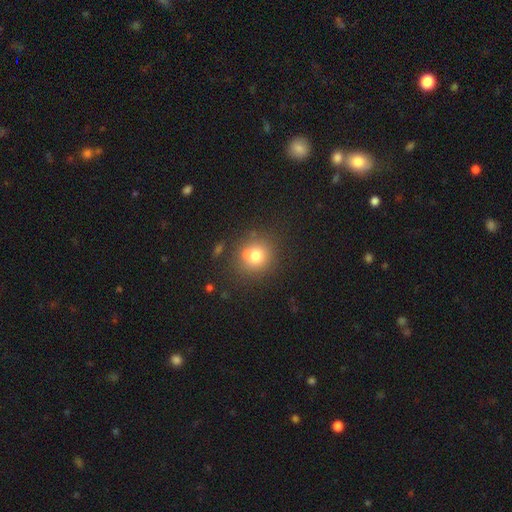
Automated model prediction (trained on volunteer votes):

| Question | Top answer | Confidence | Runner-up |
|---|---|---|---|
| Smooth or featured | smooth | 72% | featured or disk (15%) |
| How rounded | round | 87% | in between (12%) |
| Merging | none | 61% | merger (25%) |